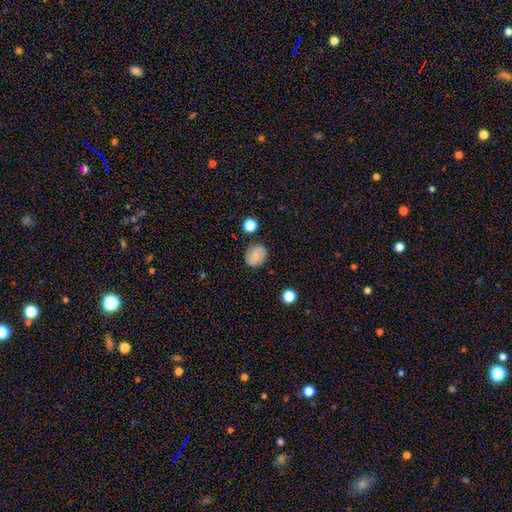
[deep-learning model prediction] Overall: smooth (82%). How rounded: round (51%; in between 48%). Merging: none (83%).